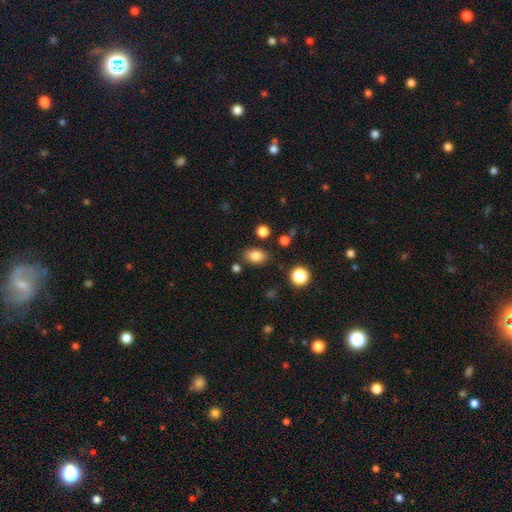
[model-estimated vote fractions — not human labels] smooth_or_featured: smooth (p=0.83) [alt: star or artifact p=0.10]
how_rounded: in between (p=0.79) [alt: round p=0.19]
merging: none (p=0.81) [alt: minor disturbance p=0.12]